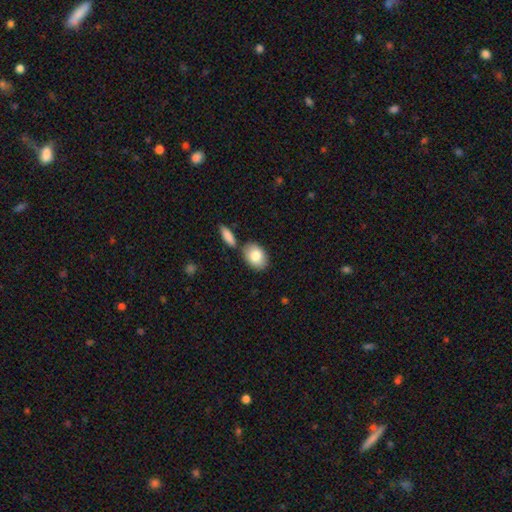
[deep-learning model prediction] A smooth galaxy with no disk features (83%) that is in between round and cigar-shaped (82%).

Vote fractions:
- Smooth or featured? smooth: 83% / featured or disk: 11% / star or artifact: 6%
- How rounded? in between: 82% / round: 16% / cigar-shaped: 2%
- Merging? none: 72% / merger: 13% / minor disturbance: 12% / major disturbance: 3%